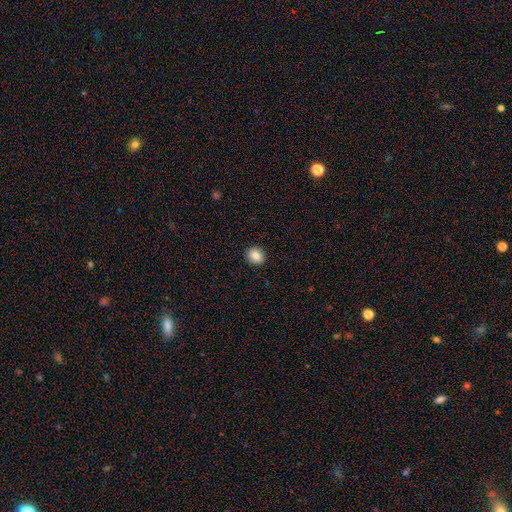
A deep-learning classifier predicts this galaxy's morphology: The model was most divided on "how rounded": round: 69%, in between: 30%, cigar-shaped: 1%. More confident: merging — none (91%); smooth or featured — smooth (86%).